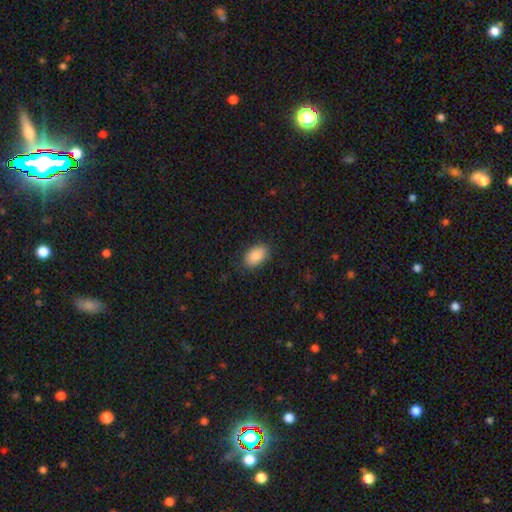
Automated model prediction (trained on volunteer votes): A smooth galaxy with no disk features (89%) that is in between round and cigar-shaped (92%). Merging: none (86%).